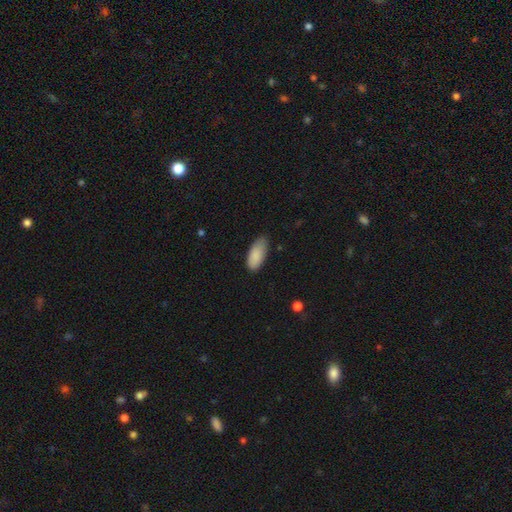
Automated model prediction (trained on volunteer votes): Smooth or featured?
  - smooth: 88% *
  - star or artifact: 6%
  - featured or disk: 6%
How rounded?
  - in between: 88% *
  - cigar-shaped: 10%
  - round: 2%
Merging?
  - none: 72% *
  - minor disturbance: 23%
  - major disturbance: 3%
  - merger: 1%